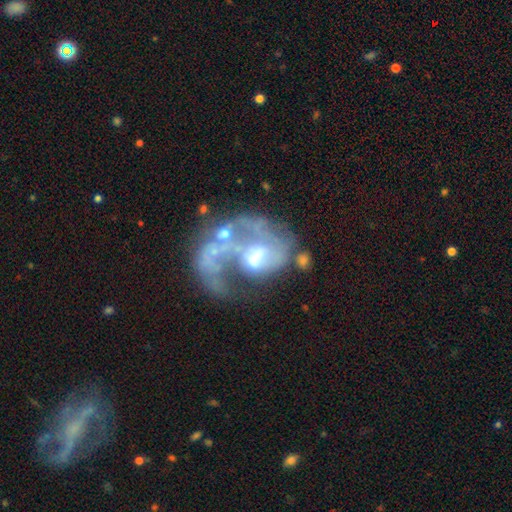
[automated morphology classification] smooth-or-featured: featured or disk: 73% | smooth: 17% | star or artifact: 10%
  disk-edge-on: no: 98% | yes: 2%
    bar: no: 63% | weak: 29% | strong: 8%
    has-spiral-arms: yes: 52% | no: 48%
    bulge-size: moderate: 44% | small: 26% | none: 21% | large: 7% | dominant: 2%
  merging: major disturbance: 44% | merger: 25% | none: 19% | minor disturbance: 11%